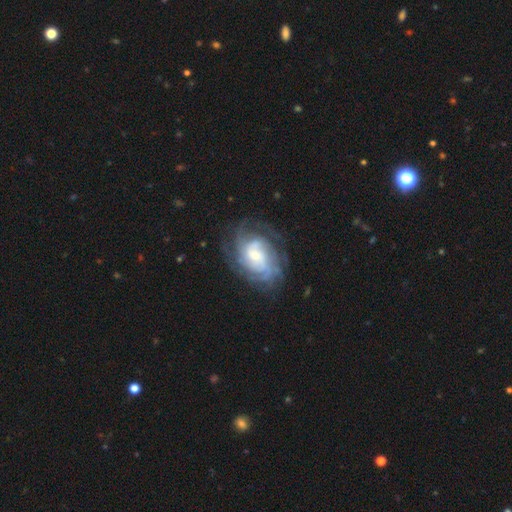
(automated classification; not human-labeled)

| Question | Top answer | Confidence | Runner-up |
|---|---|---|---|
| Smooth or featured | featured or disk | 81% | smooth (12%) |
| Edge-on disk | no | 97% | yes (3%) |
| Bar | no | 58% | weak (34%) |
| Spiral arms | yes | 94% | no (6%) |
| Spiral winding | tight | 62% | medium (29%) |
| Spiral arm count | can't tell | 41% | 4 (17%) |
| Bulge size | small | 45% | moderate (37%) |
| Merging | none | 72% | minor disturbance (17%) |